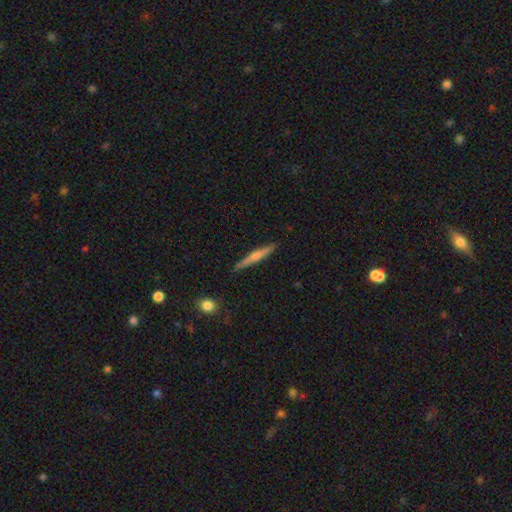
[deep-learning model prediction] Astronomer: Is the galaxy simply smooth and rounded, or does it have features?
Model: featured or disk — 60%.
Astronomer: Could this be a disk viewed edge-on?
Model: yes — 96%.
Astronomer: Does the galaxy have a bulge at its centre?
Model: rounded — 72%.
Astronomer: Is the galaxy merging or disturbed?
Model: none — 89%.